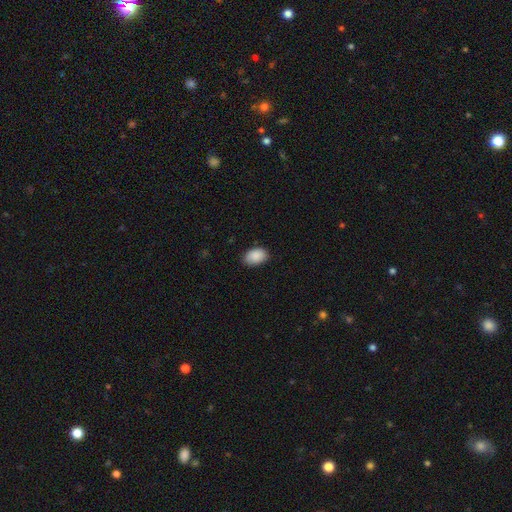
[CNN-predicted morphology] smooth-or-featured: smooth: 90% | star or artifact: 7% | featured or disk: 4%
  how-rounded: in between: 88% | round: 11% | cigar-shaped: 1%
  merging: none: 83% | minor disturbance: 14% | major disturbance: 2% | merger: 1%